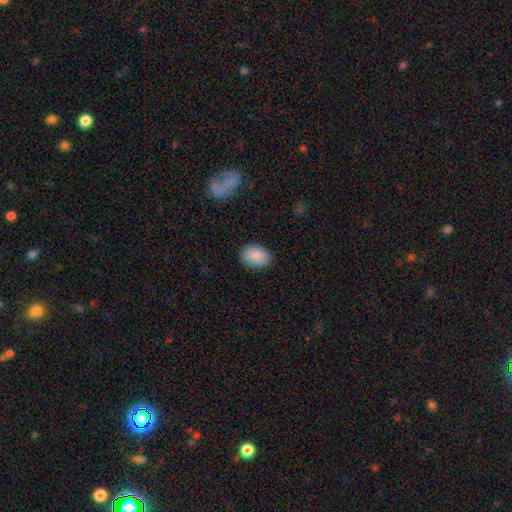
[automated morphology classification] smooth 89%, star or artifact 7%, featured or disk 4%. Down the decision tree: how rounded — in between (77%); merging — none (87%).